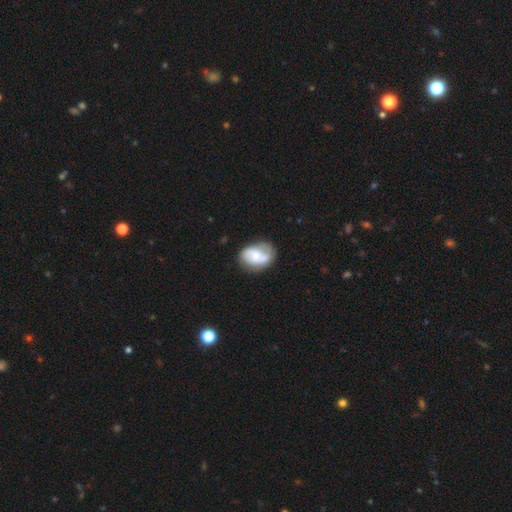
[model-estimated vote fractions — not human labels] This appears to be a featured or disk galaxy (56%) with no bar (60%), spiral arms (76%) and a small central bulge (47%). Merging: none (59%).